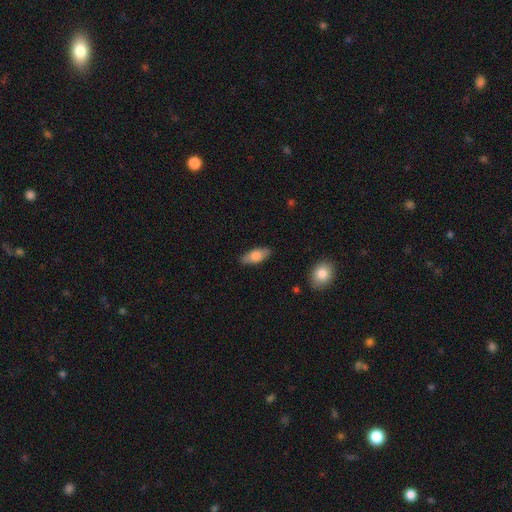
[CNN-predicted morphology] Smooth or featured?
  - smooth: 70% *
  - featured or disk: 24%
  - star or artifact: 6%
How rounded?
  - in between: 79% *
  - cigar-shaped: 19%
  - round: 3%
Merging?
  - none: 87% *
  - minor disturbance: 10%
  - major disturbance: 2%
  - merger: 1%